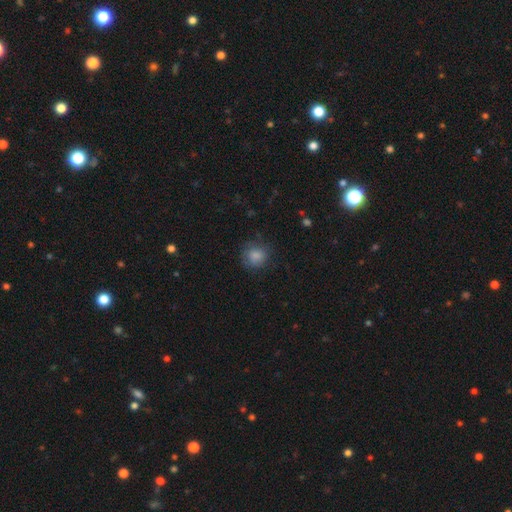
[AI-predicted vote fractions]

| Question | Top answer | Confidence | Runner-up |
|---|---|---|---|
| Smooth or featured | smooth | 81% | featured or disk (10%) |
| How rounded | round | 80% | in between (19%) |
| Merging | none | 73% | minor disturbance (18%) |